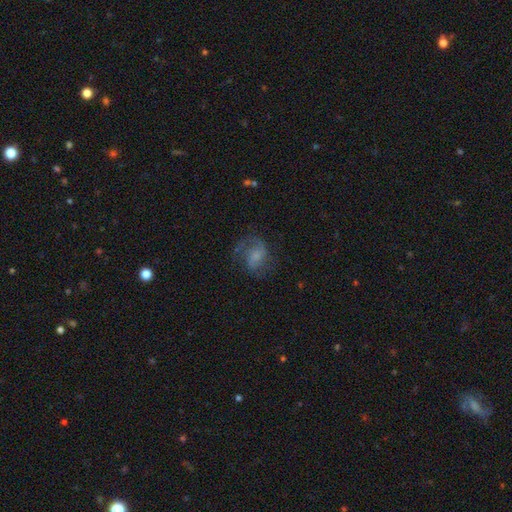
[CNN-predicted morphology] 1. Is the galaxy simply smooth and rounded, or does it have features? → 64% featured or disk, 26% smooth, 10% star or artifact.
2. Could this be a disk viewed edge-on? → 98% no, 2% yes.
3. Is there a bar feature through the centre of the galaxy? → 48% no, 42% weak, 10% strong.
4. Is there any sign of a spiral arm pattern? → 90% yes, 10% no.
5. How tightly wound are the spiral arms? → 49% medium, 35% loose, 16% tight.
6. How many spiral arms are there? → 76% 2, 11% 1, 8% can't tell, 2% 3, 1% 4, 1% more than 4.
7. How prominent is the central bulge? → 35% small, 30% none, 24% moderate, 9% large, 2% dominant.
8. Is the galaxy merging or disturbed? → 61% none, 19% minor disturbance, 18% major disturbance, 2% merger.